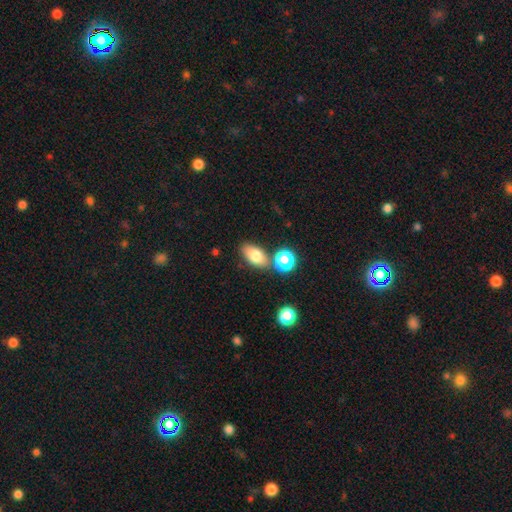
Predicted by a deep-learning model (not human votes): This appears to be a smooth galaxy with no disk features (76%) that is in between round and cigar-shaped (88%). Merging: none (73%).